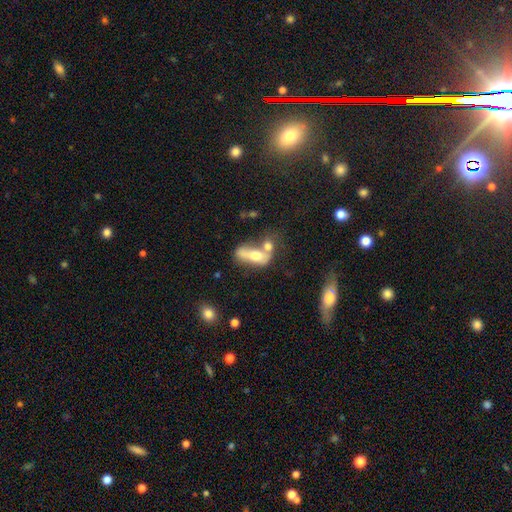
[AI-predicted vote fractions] Smooth or featured? Predicted: smooth (p=0.56). How rounded? Predicted: in between (p=0.72). Merging? Predicted: merger (p=0.56).